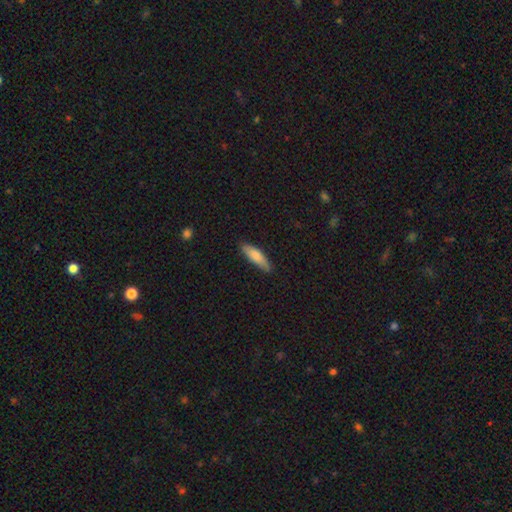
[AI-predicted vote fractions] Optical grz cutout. It shows a smooth galaxy with no disk features (80%) that is cigar-shaped (57%). Merging: none (80%).